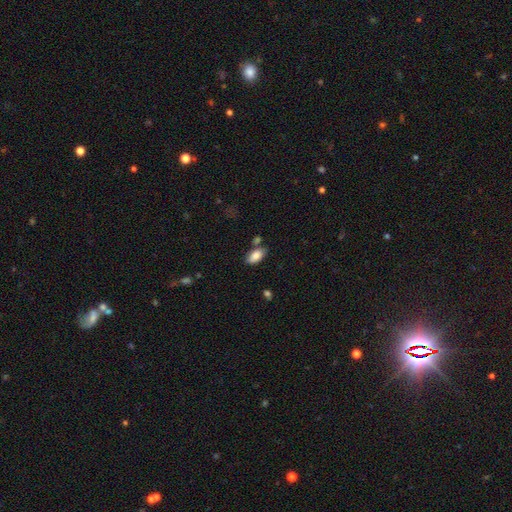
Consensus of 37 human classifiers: Morphology: type=smooth (78%); roundness=in between (97%); merging=none (54%).